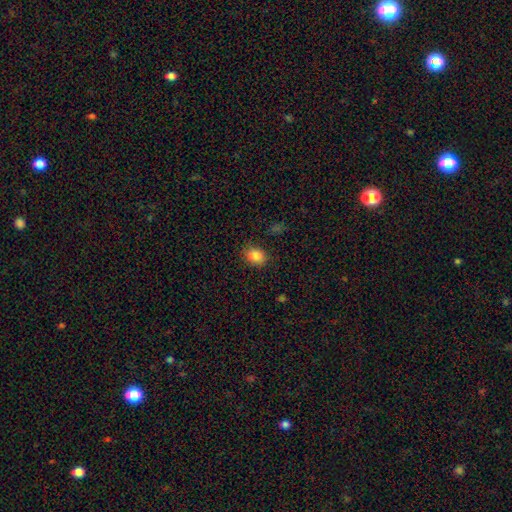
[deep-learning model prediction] Smooth or featured?
  - smooth: 86% *
  - star or artifact: 10%
  - featured or disk: 5%
How rounded?
  - in between: 56% *
  - round: 43%
  - cigar-shaped: 1%
Merging?
  - none: 84% *
  - minor disturbance: 12%
  - major disturbance: 3%
  - merger: 2%